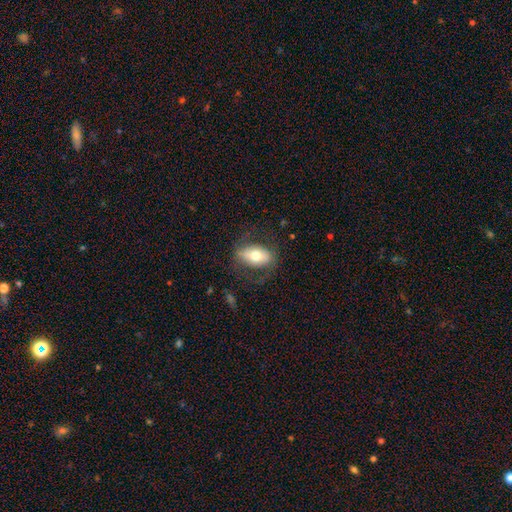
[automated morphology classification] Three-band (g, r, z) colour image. It shows a smooth galaxy with no disk features (58%) that is in between round and cigar-shaped (88%). Merging: none (71%).